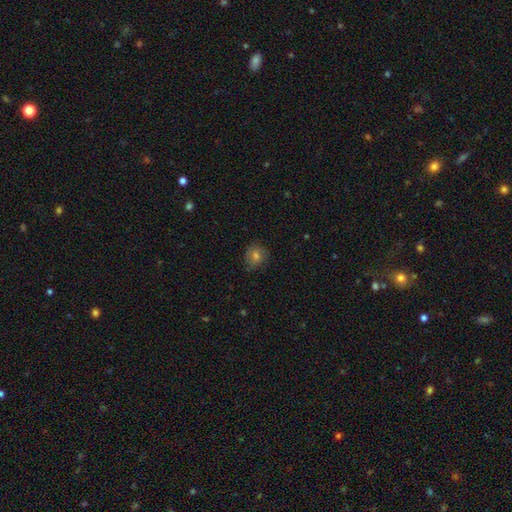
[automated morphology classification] Smooth or featured? Predicted: smooth (p=0.72). How rounded? Predicted: round (p=0.83). Merging? Predicted: none (p=0.83).